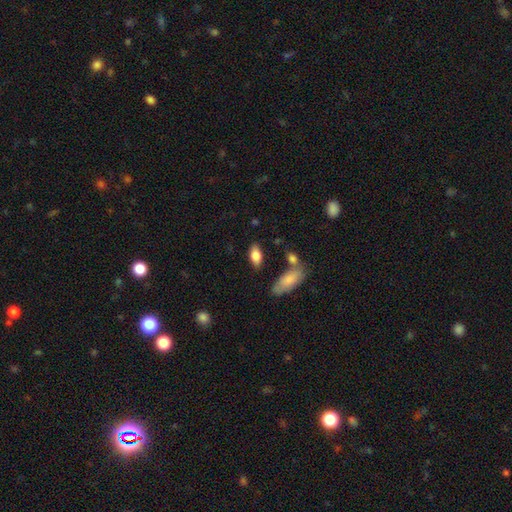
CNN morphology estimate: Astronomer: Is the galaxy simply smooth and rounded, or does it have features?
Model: smooth — 80%.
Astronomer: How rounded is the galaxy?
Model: in between — 88%.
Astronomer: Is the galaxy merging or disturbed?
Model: none — 77%.